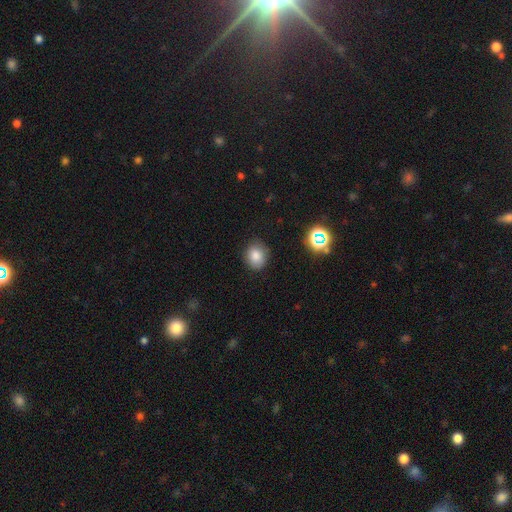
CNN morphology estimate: This is clearly a smooth galaxy (82%). How rounded: likely round (64%). Merging: clearly none (84%).